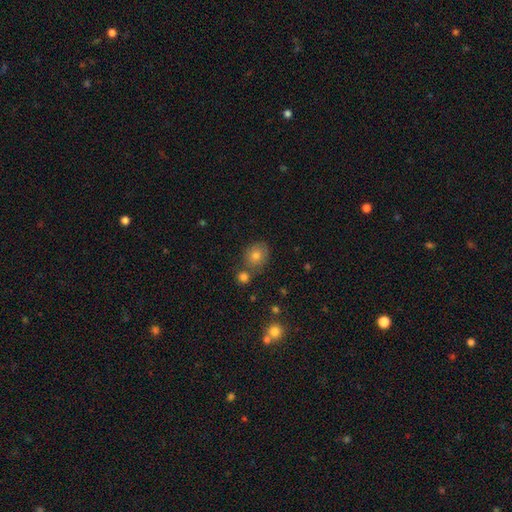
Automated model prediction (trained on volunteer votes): Smooth or featured? Predicted: smooth (p=0.72). How rounded? Predicted: round (p=0.69). Merging? Predicted: none (p=0.69).